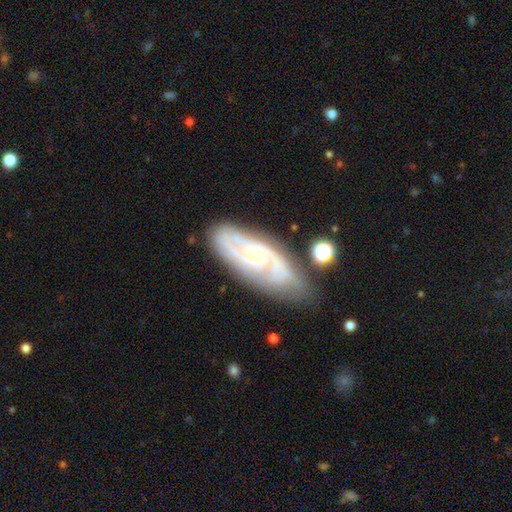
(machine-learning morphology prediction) Smooth or featured? Predicted: featured or disk (p=0.83). Edge-on disk? Predicted: no (p=0.92). Bar? Predicted: no (p=0.65). Spiral arms? Predicted: yes (p=0.95). Spiral winding? Predicted: tight (p=0.57). Spiral arm count? Predicted: 2 (p=0.40). Bulge size? Predicted: small (p=0.79). Merging? Predicted: none (p=0.70).